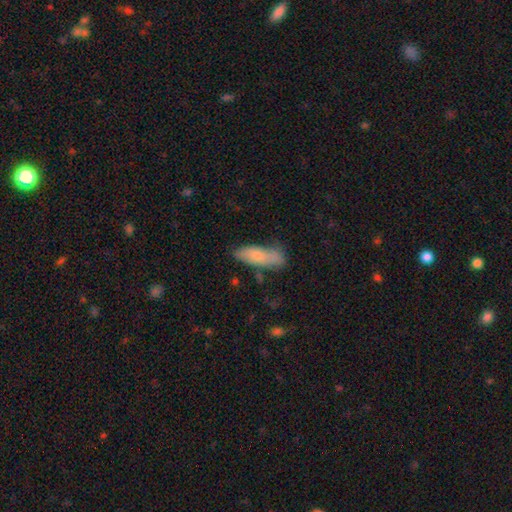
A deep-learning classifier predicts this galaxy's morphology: This is likely a smooth galaxy (74%). How rounded: possibly in between (53%). Merging: likely none (65%).